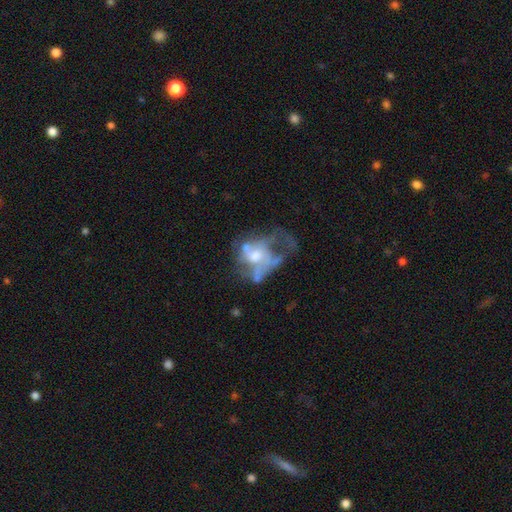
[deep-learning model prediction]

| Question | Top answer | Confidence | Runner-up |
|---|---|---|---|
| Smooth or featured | featured or disk | 62% | smooth (27%) |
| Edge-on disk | no | 97% | yes (3%) |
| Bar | no | 82% | weak (15%) |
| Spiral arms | no | 78% | yes (22%) |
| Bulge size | moderate | 57% | small (22%) |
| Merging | major disturbance | 50% | none (20%) |